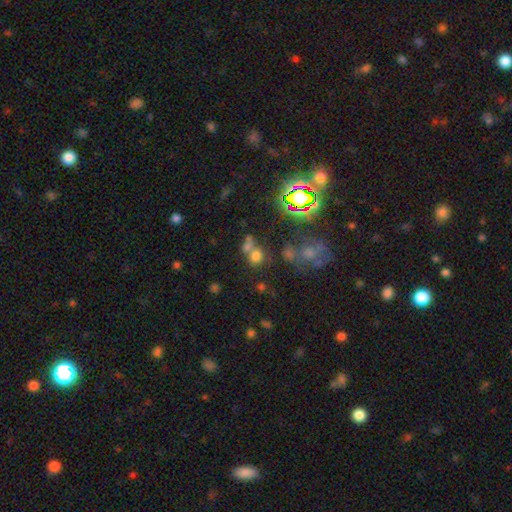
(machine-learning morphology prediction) smooth 61%, star or artifact 29%, featured or disk 10%. Down the decision tree: how rounded — round (80%); merging — none (49%).